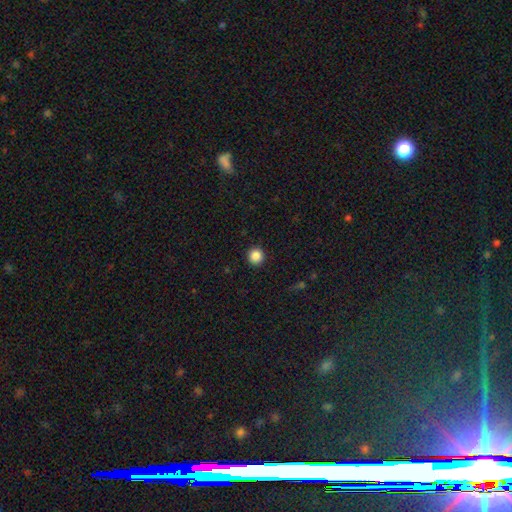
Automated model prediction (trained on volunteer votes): smooth_or_featured: smooth (p=0.87) [alt: star or artifact p=0.10]
how_rounded: round (p=0.95) [alt: in between p=0.04]
merging: none (p=0.93) [alt: minor disturbance p=0.04]